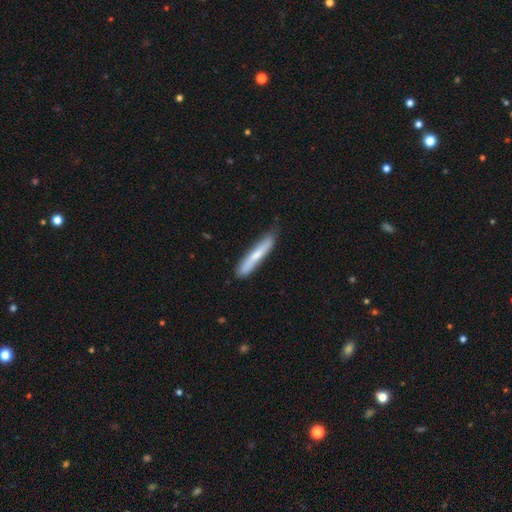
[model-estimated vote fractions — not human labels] A smooth galaxy with no disk features (63%) that is cigar-shaped (93%).

Vote fractions:
- Smooth or featured? smooth: 63% / featured or disk: 31% / star or artifact: 5%
- How rounded? cigar-shaped: 93% / in between: 6% / round: 1%
- Merging? none: 75% / minor disturbance: 20% / major disturbance: 3% / merger: 2%